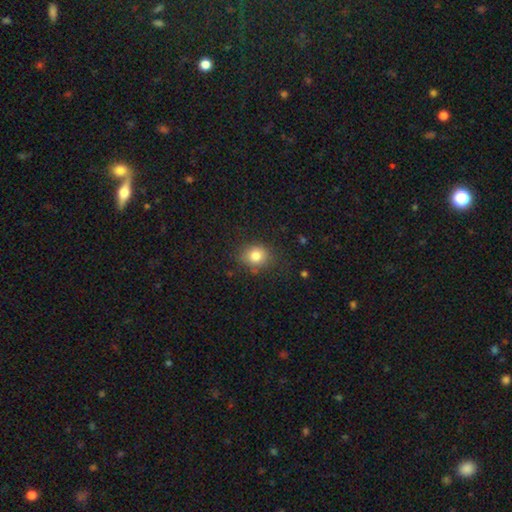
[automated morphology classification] This is clearly a smooth galaxy (82%). How rounded: likely round (68%). Merging: likely none (79%).